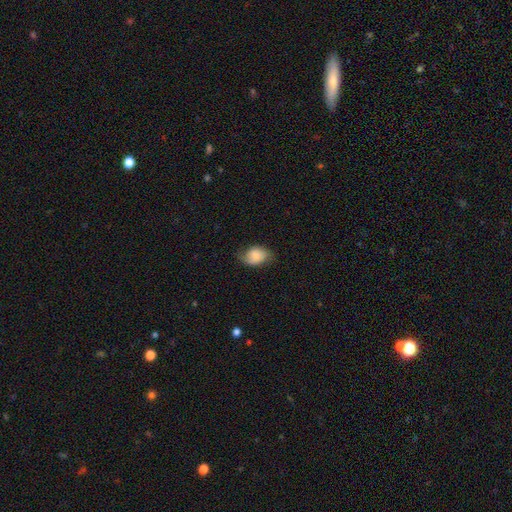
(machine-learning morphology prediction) Smooth or featured? smooth (70%)
How rounded? in between (77%)
Merging? none (63%)